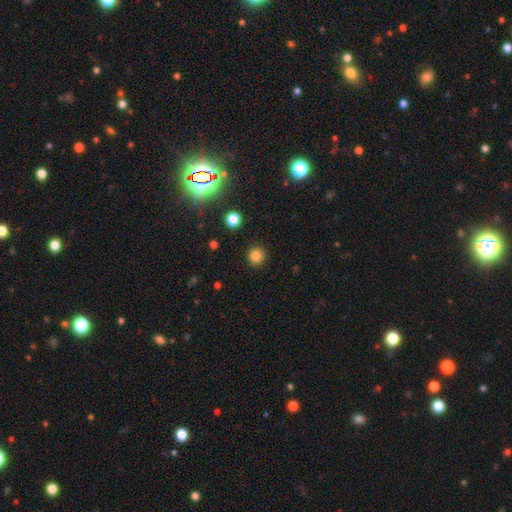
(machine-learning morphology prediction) type=smooth (82%); roundness=round (94%); merging=none (91%).